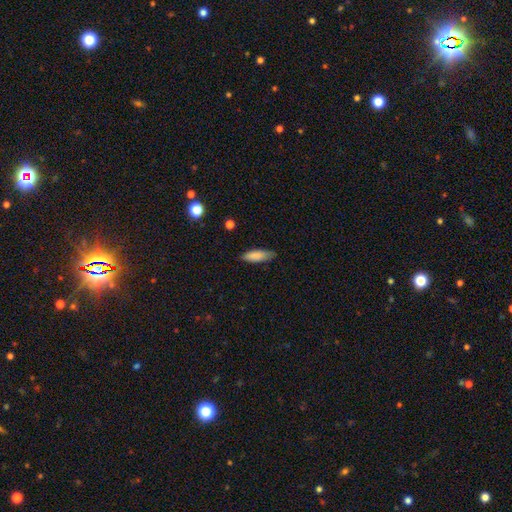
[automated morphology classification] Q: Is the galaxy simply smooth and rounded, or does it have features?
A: smooth — 85%.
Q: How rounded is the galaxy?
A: in between — 52%.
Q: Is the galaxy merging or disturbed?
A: none — 80%.